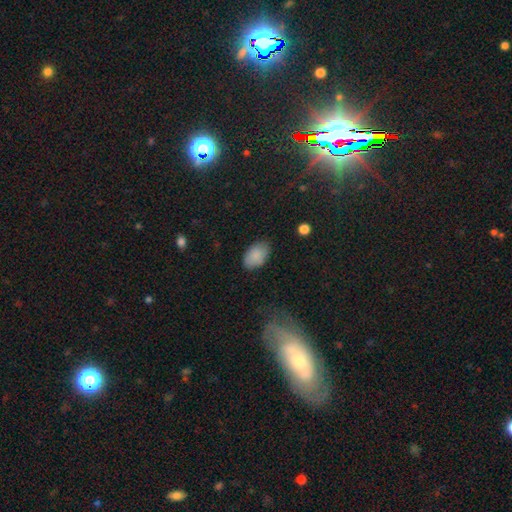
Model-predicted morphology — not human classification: Smooth or featured? Predicted: smooth (p=0.88). How rounded? Predicted: in between (p=0.90). Merging? Predicted: none (p=0.81).